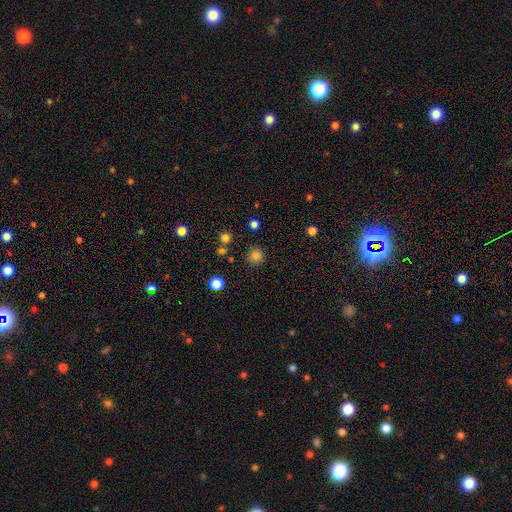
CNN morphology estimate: This appears to be a smooth galaxy with no disk features (80%) that is round (94%). Merging: none (88%).